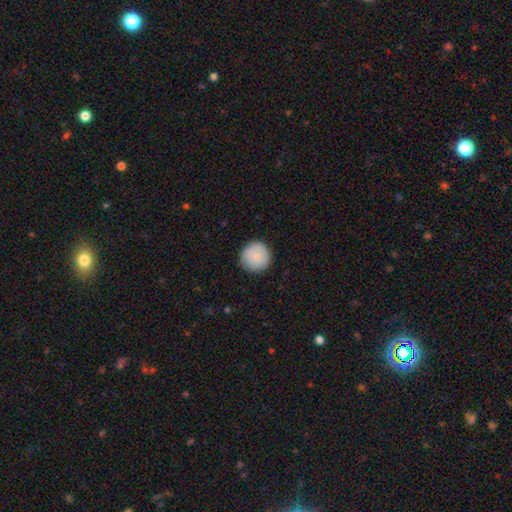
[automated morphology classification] Smooth or featured?
  - smooth: 88% *
  - star or artifact: 7%
  - featured or disk: 5%
How rounded?
  - round: 96% *
  - in between: 3%
  - cigar-shaped: 1%
Merging?
  - none: 90% *
  - minor disturbance: 7%
  - major disturbance: 2%
  - merger: 1%